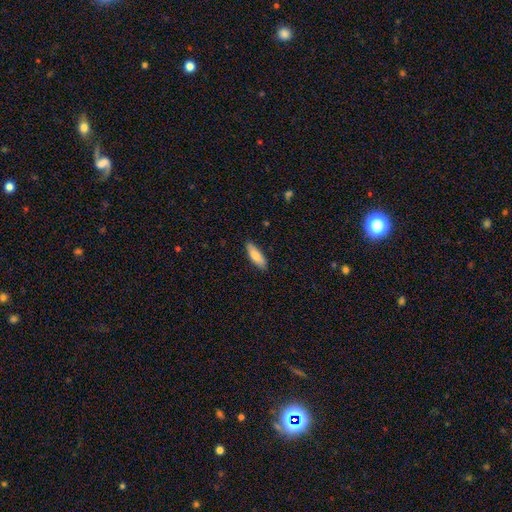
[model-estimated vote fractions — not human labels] smooth_or_featured: smooth (p=0.80) [alt: featured or disk p=0.14]
how_rounded: in between (p=0.52) [alt: cigar-shaped p=0.46]
merging: none (p=0.86) [alt: minor disturbance p=0.11]